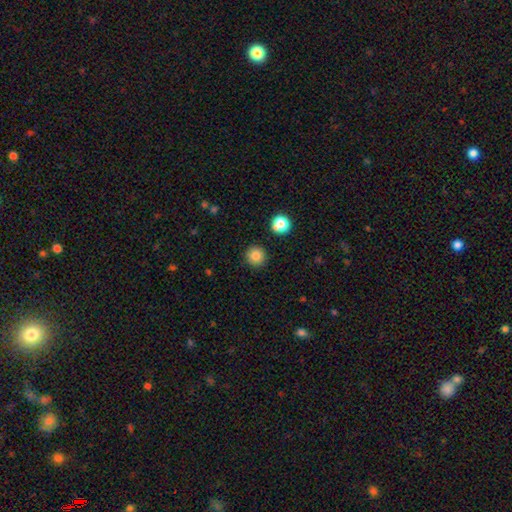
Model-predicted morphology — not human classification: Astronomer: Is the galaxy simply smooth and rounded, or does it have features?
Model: smooth — 84%.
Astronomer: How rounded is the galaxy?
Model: round — 95%.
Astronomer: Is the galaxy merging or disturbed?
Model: none — 91%.